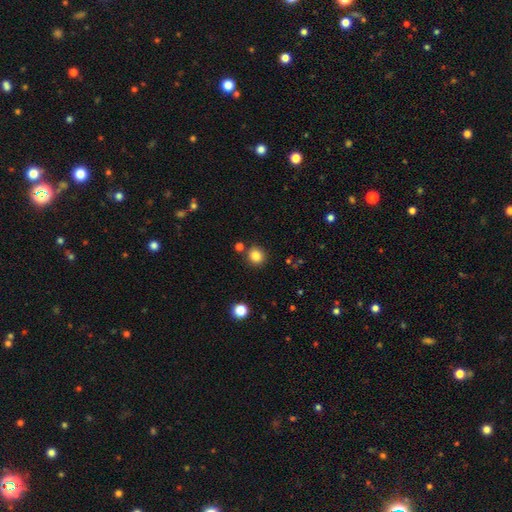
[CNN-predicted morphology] smooth 85%, star or artifact 11%, featured or disk 4%. Down the decision tree: how rounded — round (87%); merging — none (82%).